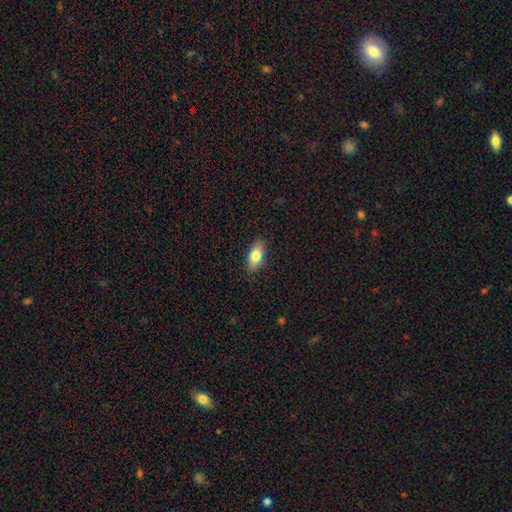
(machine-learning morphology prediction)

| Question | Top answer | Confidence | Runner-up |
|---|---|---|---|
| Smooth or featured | smooth | 79% | featured or disk (14%) |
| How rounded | in between | 88% | cigar-shaped (8%) |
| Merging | none | 88% | minor disturbance (9%) |